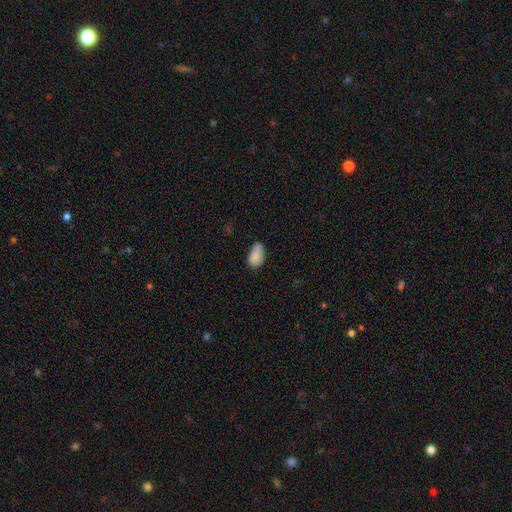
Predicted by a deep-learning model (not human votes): Smooth or featured? smooth (85%)
How rounded? in between (92%)
Merging? none (55%)